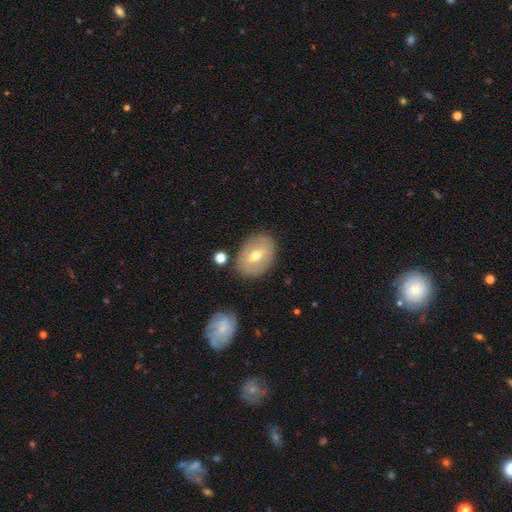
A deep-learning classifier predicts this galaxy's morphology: This is possibly a smooth galaxy (47%). Merging: clearly none (82%).